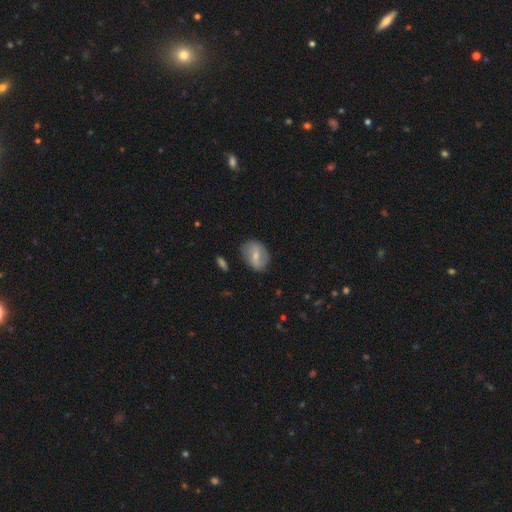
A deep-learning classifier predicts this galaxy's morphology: type=smooth (52%); roundness=in between (70%); merging=none (79%).